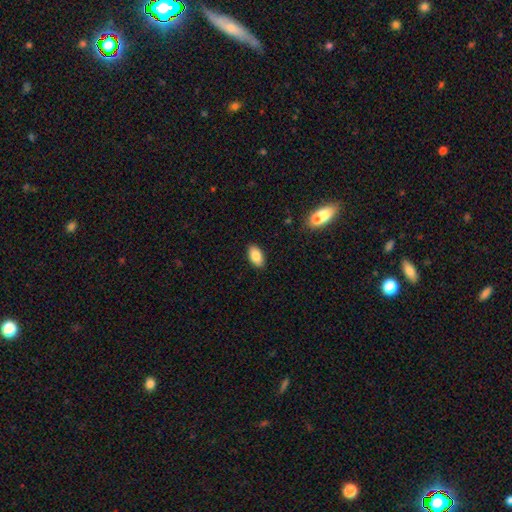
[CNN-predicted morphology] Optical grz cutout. It shows a smooth galaxy with no disk features (85%) that is in between round and cigar-shaped (93%). Merging: none (89%).